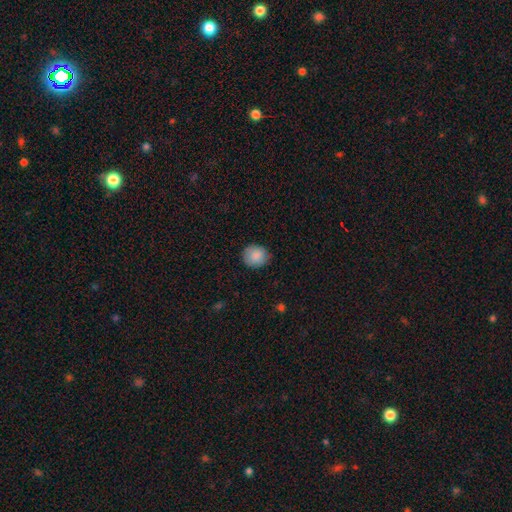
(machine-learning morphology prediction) Smooth or featured?
  - smooth: 88% *
  - star or artifact: 7%
  - featured or disk: 5%
How rounded?
  - round: 73% *
  - in between: 26%
  - cigar-shaped: 1%
Merging?
  - none: 84% *
  - minor disturbance: 13%
  - major disturbance: 3%
  - merger: 1%